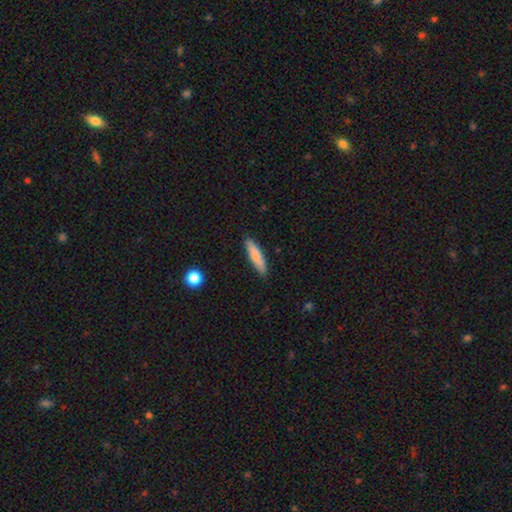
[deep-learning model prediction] Smooth or featured? smooth (74%)
How rounded? cigar-shaped (81%)
Merging? none (87%)